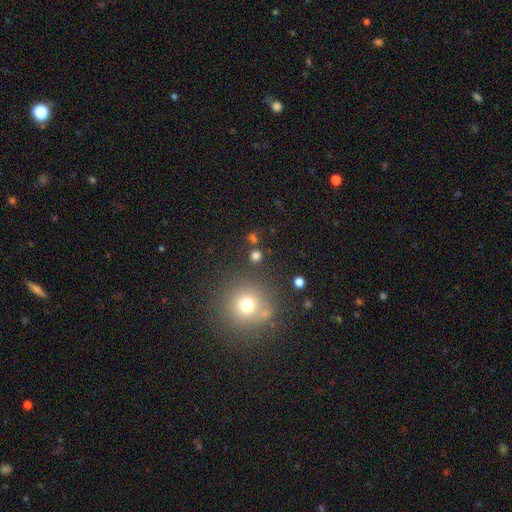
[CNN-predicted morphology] Smooth or featured? Predicted: smooth (p=0.74). How rounded? Predicted: round (p=0.89). Merging? Predicted: none (p=0.81).